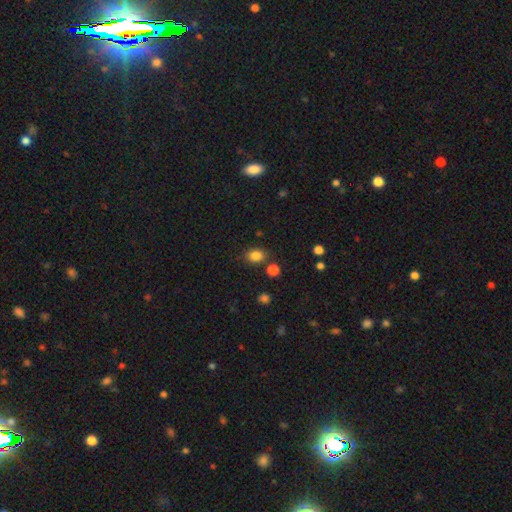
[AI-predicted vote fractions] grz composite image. It shows a smooth galaxy with no disk features (83%) that is in between round and cigar-shaped (62%). Merging: none (79%).